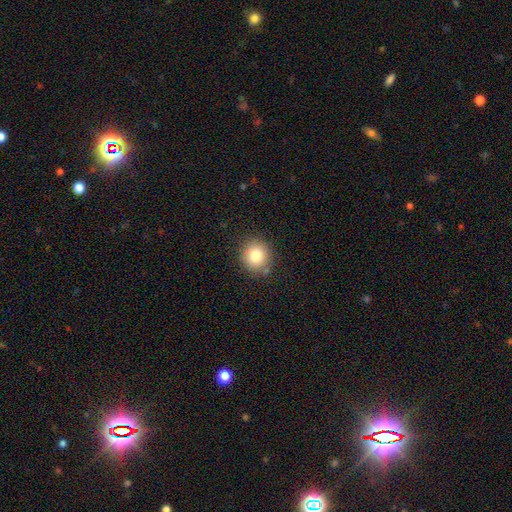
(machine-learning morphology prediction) A smooth galaxy with no disk features (81%) that is round (89%). Merging: none (85%).